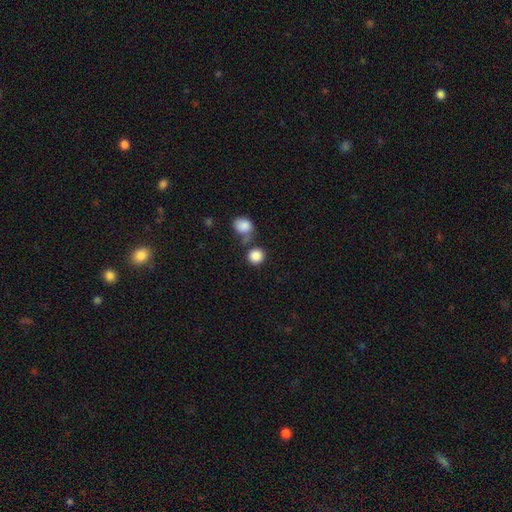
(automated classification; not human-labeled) The model was most divided on "merging": none: 68%, merger: 19%, minor disturbance: 9%, major disturbance: 4%. More confident: how rounded — round (88%); smooth or featured — smooth (86%).